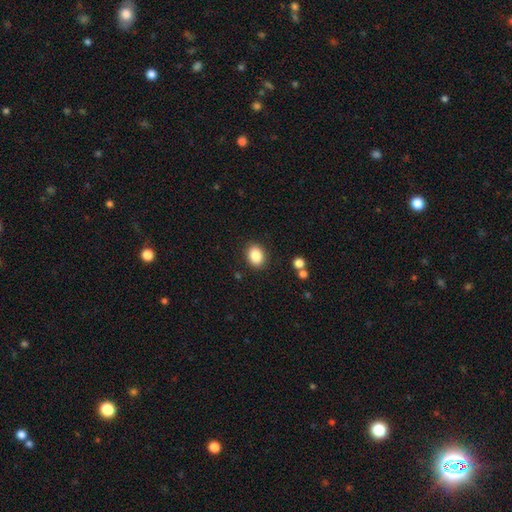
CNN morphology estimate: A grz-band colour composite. It shows a smooth galaxy with no disk features (86%) that is in between round and cigar-shaped (59%). Merging: none (88%).